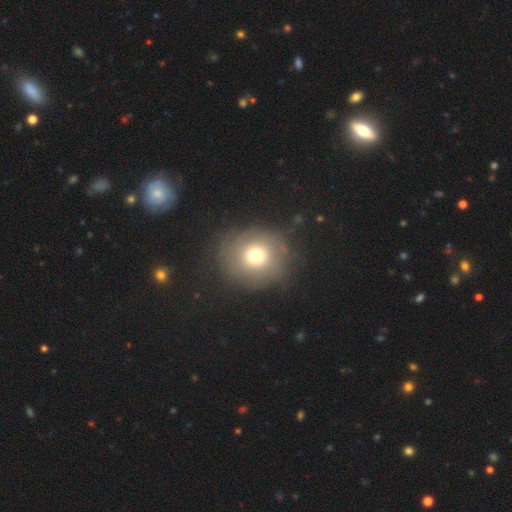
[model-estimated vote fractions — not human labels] A smooth galaxy with no disk features (64%) that is round (88%). Merging: none (73%).